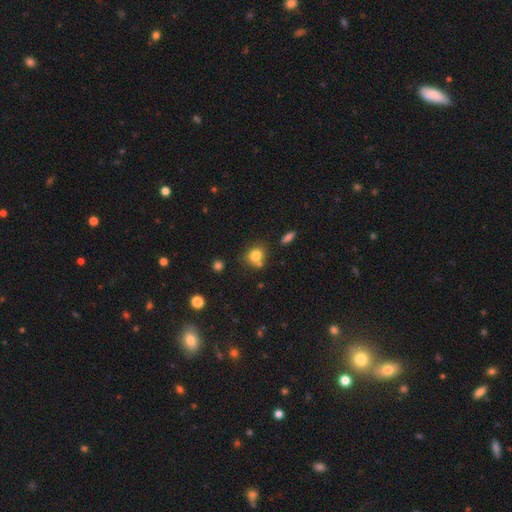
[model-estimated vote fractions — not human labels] Smooth or featured? Predicted: smooth (p=0.80). How rounded? Predicted: round (p=0.72). Merging? Predicted: none (p=0.60).